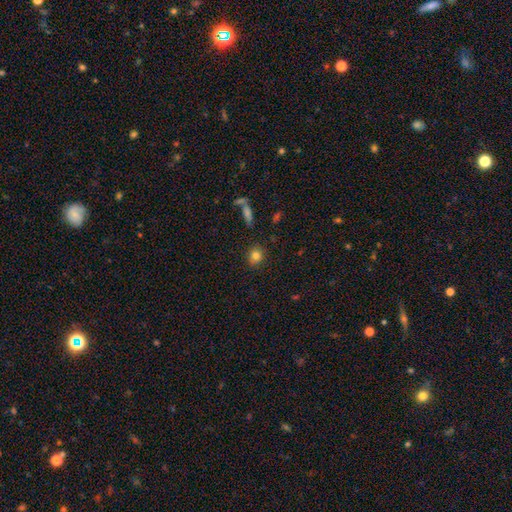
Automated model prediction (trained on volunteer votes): Smooth or featured?
  - smooth: 82% *
  - star or artifact: 11%
  - featured or disk: 7%
How rounded?
  - round: 75% *
  - in between: 24%
  - cigar-shaped: 1%
Merging?
  - none: 87% *
  - minor disturbance: 8%
  - major disturbance: 2%
  - merger: 2%